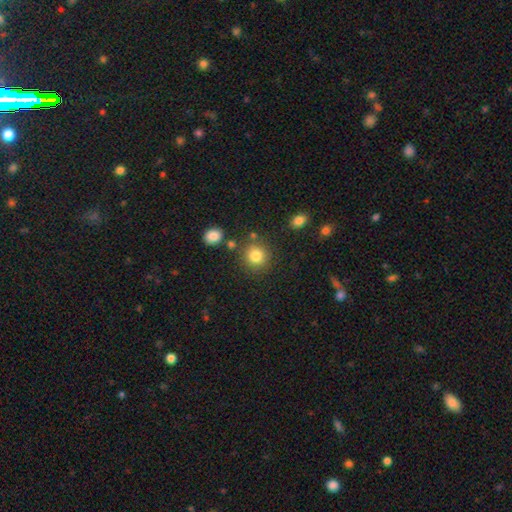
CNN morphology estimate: Overall: smooth (83%). How rounded: round (90%). Merging: none (83%).